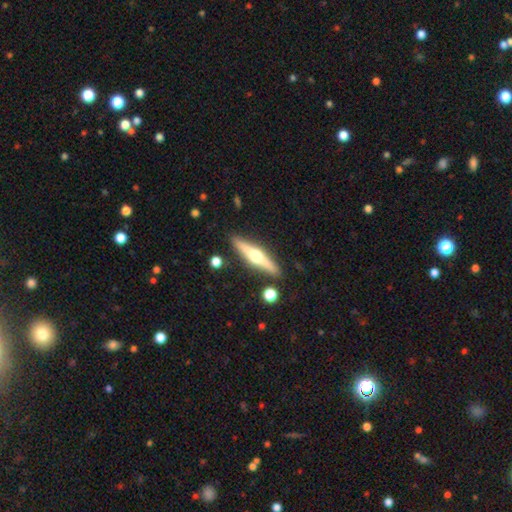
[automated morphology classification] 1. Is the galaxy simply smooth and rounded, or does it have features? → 68% featured or disk, 27% smooth, 5% star or artifact.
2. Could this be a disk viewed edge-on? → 96% yes, 4% no.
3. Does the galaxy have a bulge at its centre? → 95% rounded, 2% boxy, 2% none.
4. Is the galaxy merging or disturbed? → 88% none, 8% minor disturbance, 2% merger, 2% major disturbance.